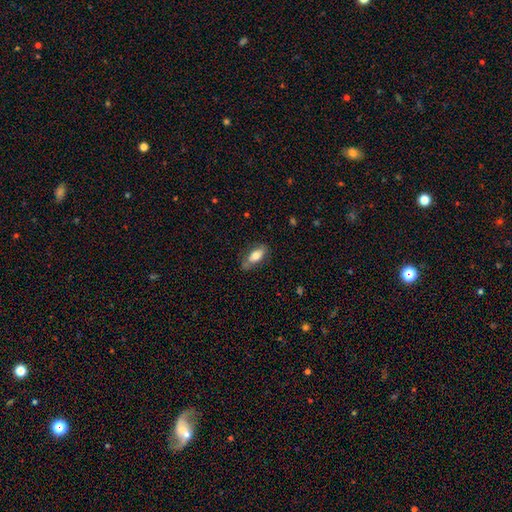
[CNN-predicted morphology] Smooth or featured?
  - smooth: 70% *
  - featured or disk: 24%
  - star or artifact: 6%
How rounded?
  - in between: 84% *
  - cigar-shaped: 13%
  - round: 3%
Merging?
  - none: 71% *
  - minor disturbance: 21%
  - major disturbance: 6%
  - merger: 2%